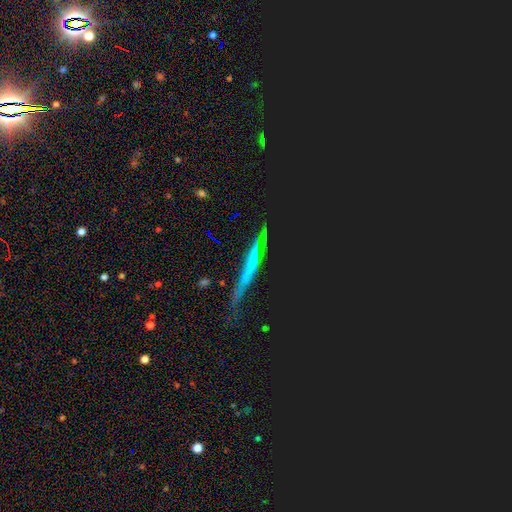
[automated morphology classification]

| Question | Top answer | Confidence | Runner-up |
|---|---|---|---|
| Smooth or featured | star or artifact | 44% | featured or disk (29%) |